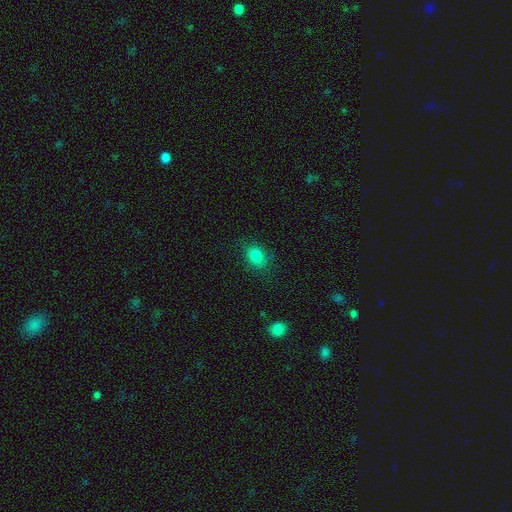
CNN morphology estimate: type=smooth (83%); roundness=in between (61%); merging=none (79%).